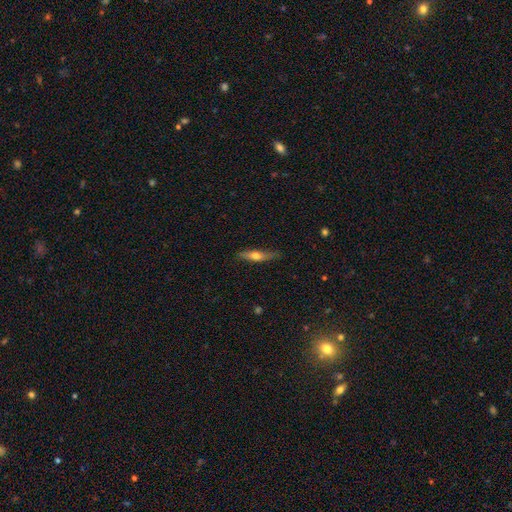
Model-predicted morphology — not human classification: Smooth or featured? Predicted: smooth (p=0.49). Merging? Predicted: none (p=0.77).